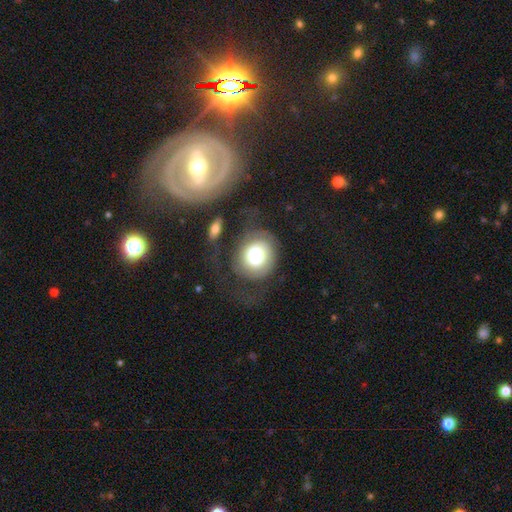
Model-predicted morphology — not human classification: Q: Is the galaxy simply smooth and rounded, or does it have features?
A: smooth — 62%.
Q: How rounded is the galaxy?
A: round — 78%.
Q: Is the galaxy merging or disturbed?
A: none — 53%.